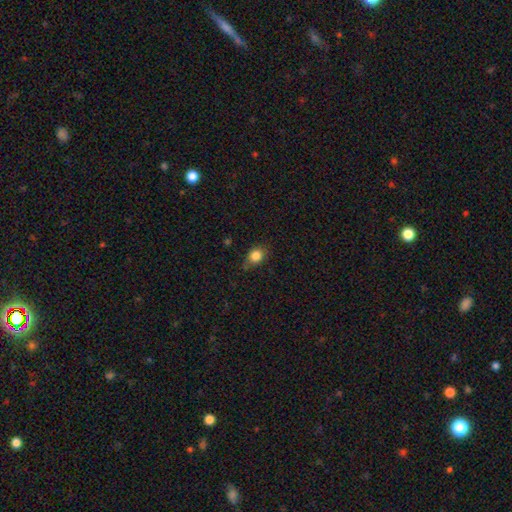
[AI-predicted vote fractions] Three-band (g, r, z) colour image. It shows a smooth galaxy with no disk features (83%) that is in between round and cigar-shaped (50%). Merging: none (70%).